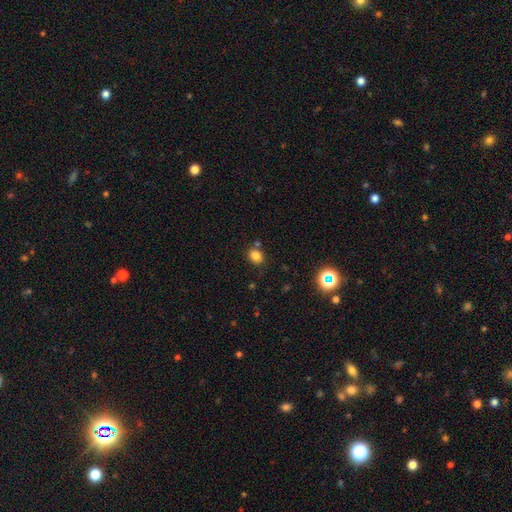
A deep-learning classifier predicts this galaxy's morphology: A smooth galaxy with no disk features (81%) that is round (53%).

Vote fractions:
- Smooth or featured? smooth: 81% / star or artifact: 13% / featured or disk: 6%
- How rounded? round: 53% / in between: 46% / cigar-shaped: 1%
- Merging? none: 75% / minor disturbance: 12% / merger: 10% / major disturbance: 3%